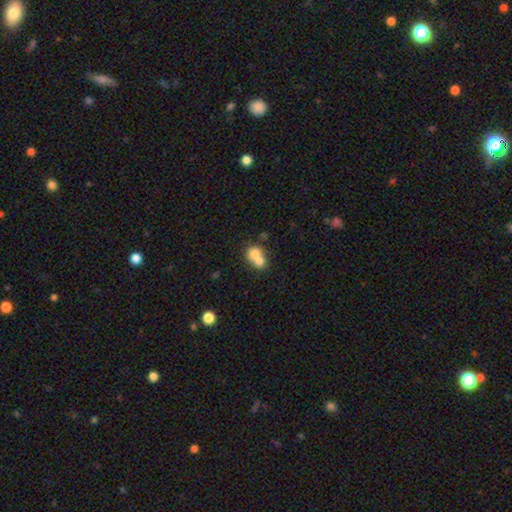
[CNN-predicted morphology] Overall: smooth (71%). How rounded: round (70%). Merging: merger (70%).